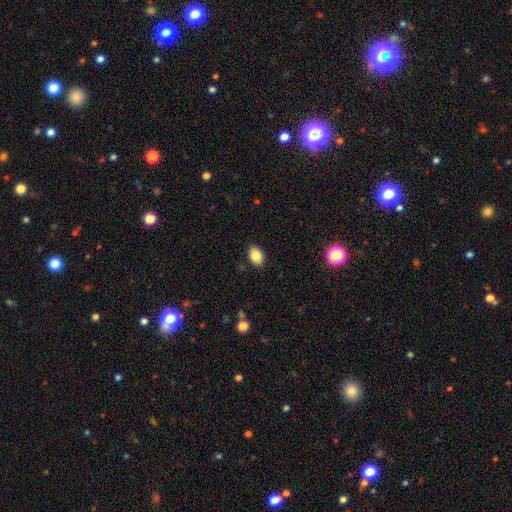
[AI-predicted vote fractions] This appears to be a smooth galaxy with no disk features (84%) that is in between round and cigar-shaped (85%). Merging: none (88%).